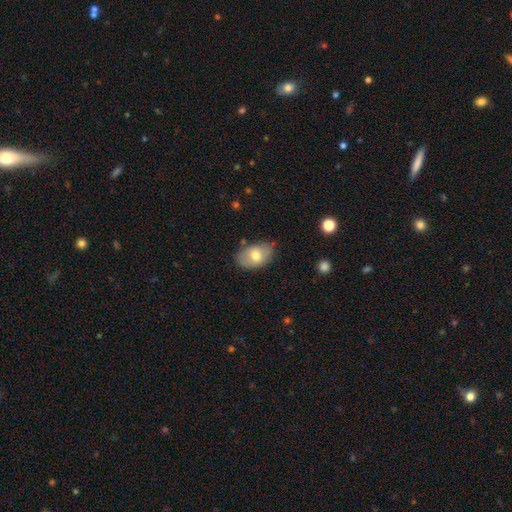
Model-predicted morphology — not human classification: A smooth galaxy with no disk features (68%) that is in between round and cigar-shaped (89%).

Vote fractions:
- Smooth or featured? smooth: 68% / featured or disk: 24% / star or artifact: 7%
- How rounded? in between: 89% / round: 10% / cigar-shaped: 1%
- Merging? none: 72% / minor disturbance: 22% / major disturbance: 4% / merger: 2%